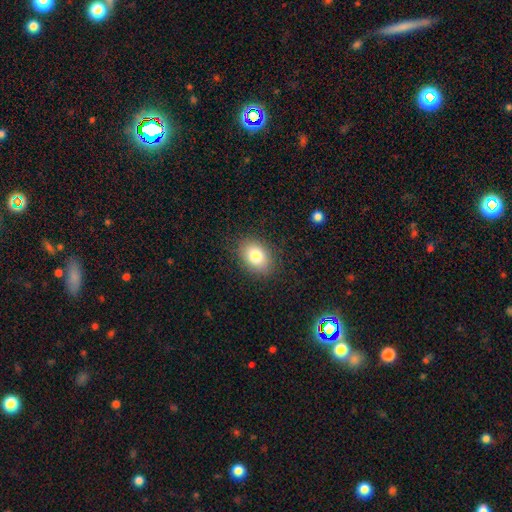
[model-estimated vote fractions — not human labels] This is clearly a smooth galaxy (82%). How rounded: likely in between (70%). Merging: clearly none (85%).